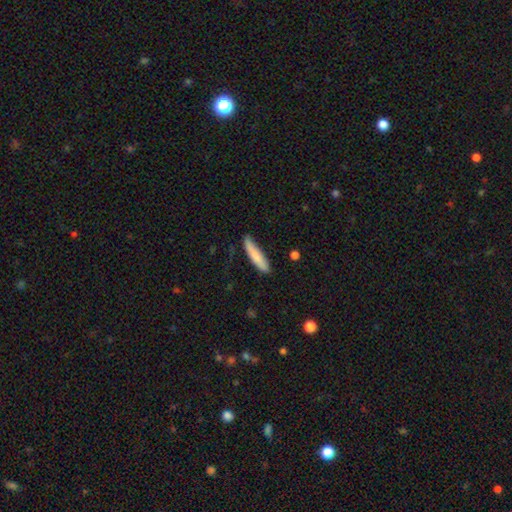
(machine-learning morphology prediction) A smooth galaxy with no disk features (81%) that is cigar-shaped (82%).

Vote fractions:
- Smooth or featured? smooth: 81% / featured or disk: 14% / star or artifact: 5%
- How rounded? cigar-shaped: 82% / in between: 17% / round: 1%
- Merging? none: 73% / minor disturbance: 21% / major disturbance: 4% / merger: 2%